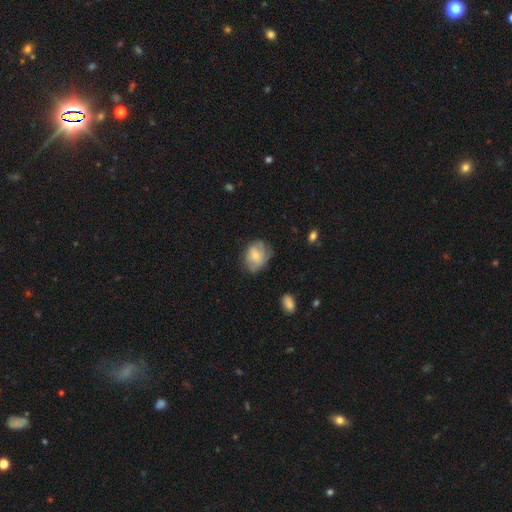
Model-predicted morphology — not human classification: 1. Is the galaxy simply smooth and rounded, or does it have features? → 66% smooth, 27% featured or disk, 8% star or artifact.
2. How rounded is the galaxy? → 58% in between, 41% round, 1% cigar-shaped.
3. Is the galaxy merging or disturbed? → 58% none, 30% minor disturbance, 11% major disturbance, 2% merger.